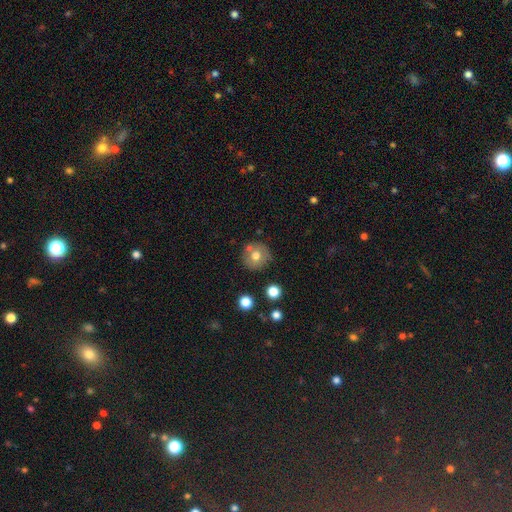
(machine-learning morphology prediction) A smooth galaxy with no disk features (70%) that is round (92%).

Vote fractions:
- Smooth or featured? smooth: 70% / featured or disk: 20% / star or artifact: 11%
- How rounded? round: 92% / in between: 7% / cigar-shaped: 1%
- Merging? none: 73% / merger: 12% / minor disturbance: 12% / major disturbance: 3%